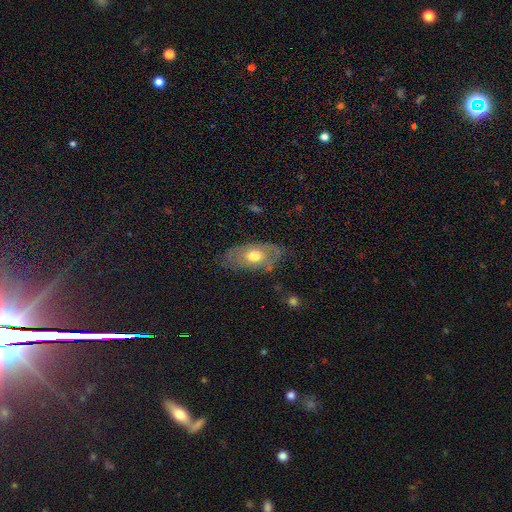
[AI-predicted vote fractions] A featured or disk galaxy (40%). Merging: none (74%).